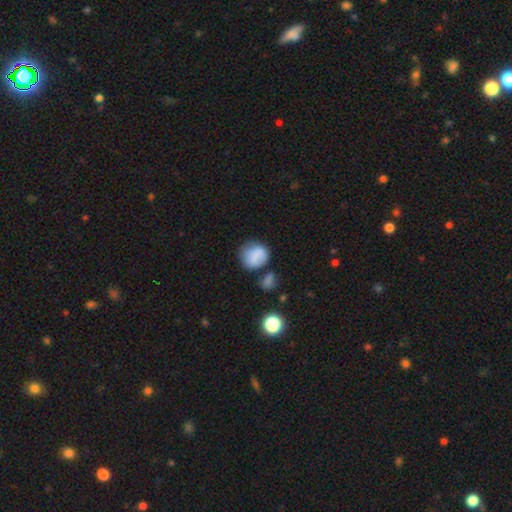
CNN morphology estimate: Smooth or featured?
  - smooth: 76% *
  - featured or disk: 14%
  - star or artifact: 10%
How rounded?
  - round: 76% *
  - in between: 23%
  - cigar-shaped: 1%
Merging?
  - none: 55% *
  - minor disturbance: 23%
  - merger: 12%
  - major disturbance: 11%